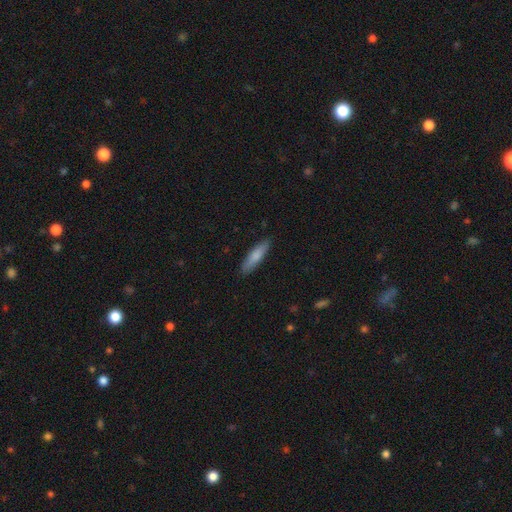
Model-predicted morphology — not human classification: A smooth galaxy with no disk features (79%) that is cigar-shaped (74%).

Vote fractions:
- Smooth or featured? smooth: 79% / featured or disk: 16% / star or artifact: 5%
- How rounded? cigar-shaped: 74% / in between: 24% / round: 2%
- Merging? none: 88% / minor disturbance: 9% / major disturbance: 2% / merger: 1%